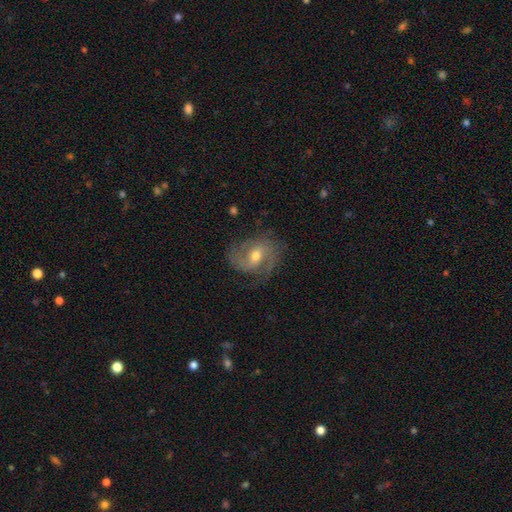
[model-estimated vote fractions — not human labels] featured or disk 83%, smooth 11%, star or artifact 6%. Down the decision tree: edge-on disk — no (97%); bar — weak (46%); spiral arms — yes (95%); spiral arm count — 2 (69%); spiral winding — medium (50%); bulge size — moderate (64%); merging — none (70%).